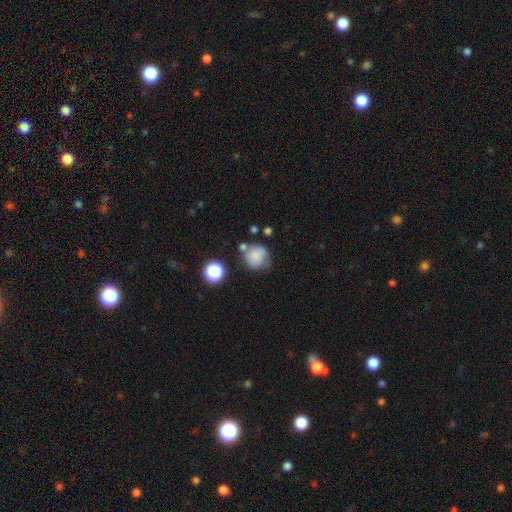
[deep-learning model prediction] A smooth galaxy with no disk features (77%) that is round (85%).

Vote fractions:
- Smooth or featured? smooth: 77% / star or artifact: 12% / featured or disk: 11%
- How rounded? round: 85% / in between: 14% / cigar-shaped: 1%
- Merging? none: 54% / minor disturbance: 23% / merger: 15% / major disturbance: 9%